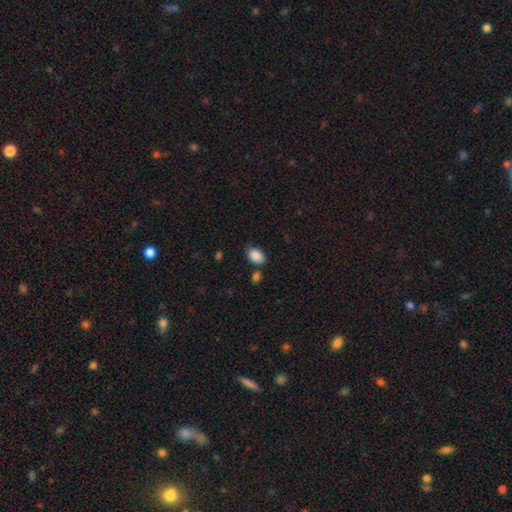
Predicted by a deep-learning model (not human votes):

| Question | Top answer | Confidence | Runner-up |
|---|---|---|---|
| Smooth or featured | smooth | 88% | star or artifact (8%) |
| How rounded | in between | 86% | round (13%) |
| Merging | none | 74% | minor disturbance (15%) |